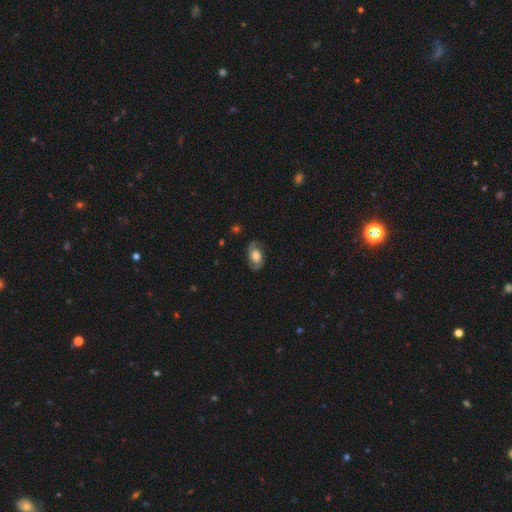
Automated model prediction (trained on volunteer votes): The model was most divided on "bulge size": moderate: 43%, large: 41%, small: 8%, dominant: 4%, none: 3%. Remaining: edge-on disk — no (96%); spiral arms — yes (92%); spiral arm count — 2 (91%); merging — none (80%); smooth or featured — featured or disk (73%); bar — no (66%); spiral winding — medium (48%).